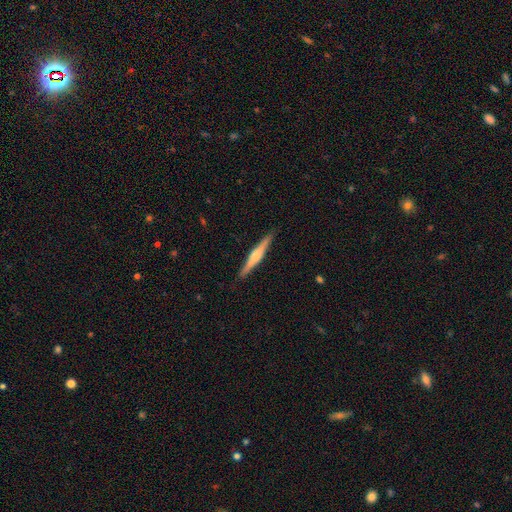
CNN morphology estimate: smooth-or-featured: featured or disk: 62% | smooth: 33% | star or artifact: 5%
  disk-edge-on: yes: 98% | no: 2%
    edge-on-bulge: rounded: 71% | boxy: 17% | none: 12%
  merging: none: 90% | minor disturbance: 7% | major disturbance: 1% | merger: 1%